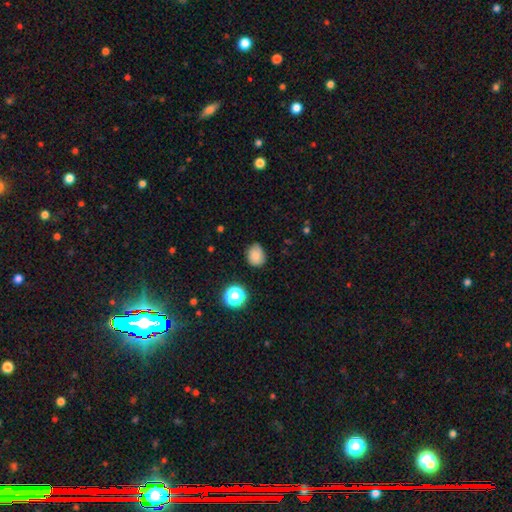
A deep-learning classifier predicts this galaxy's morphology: The model was most divided on "how rounded": round: 55%, in between: 44%, cigar-shaped: 1%. More confident: smooth or featured — smooth (82%); merging — none (70%).